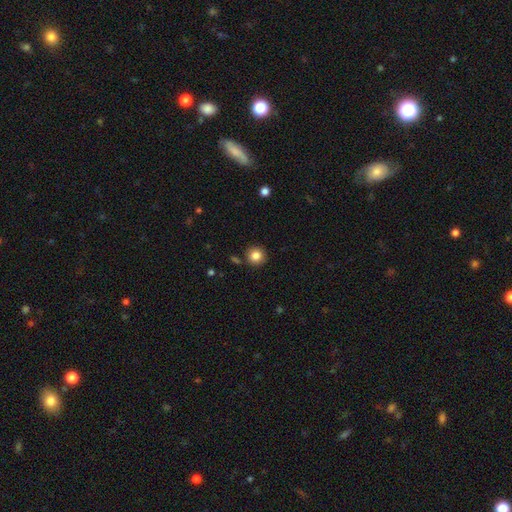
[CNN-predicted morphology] Smooth or featured: smooth — 84% (star or artifact — 11%)
How rounded: round — 94% (in between — 5%)
Merging: none — 88% (minor disturbance — 7%)